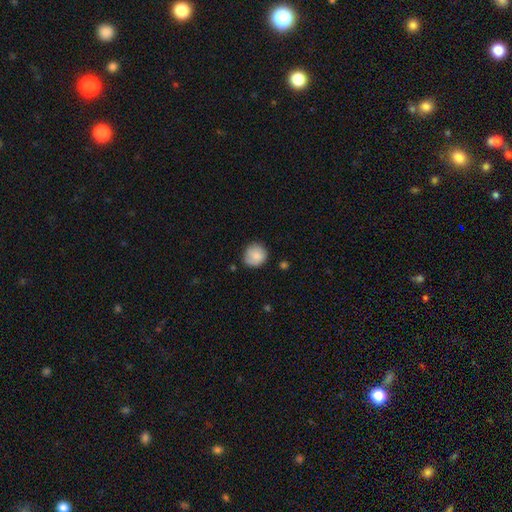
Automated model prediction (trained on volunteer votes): A smooth galaxy with no disk features (85%) that is round (90%). Merging: none (76%).